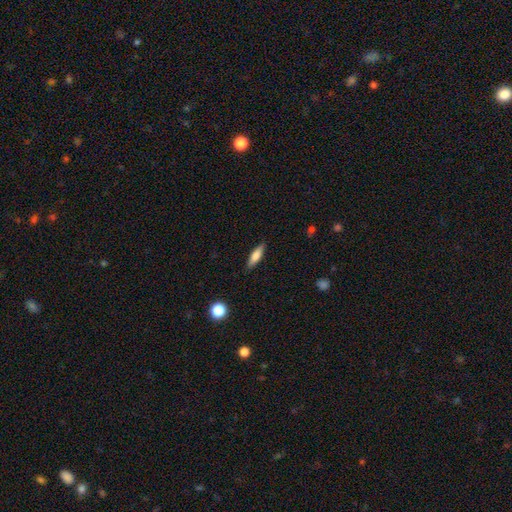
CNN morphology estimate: The model was most divided on "how rounded": cigar-shaped: 61%, in between: 37%, round: 2%. More confident: merging — none (87%); smooth or featured — smooth (73%).